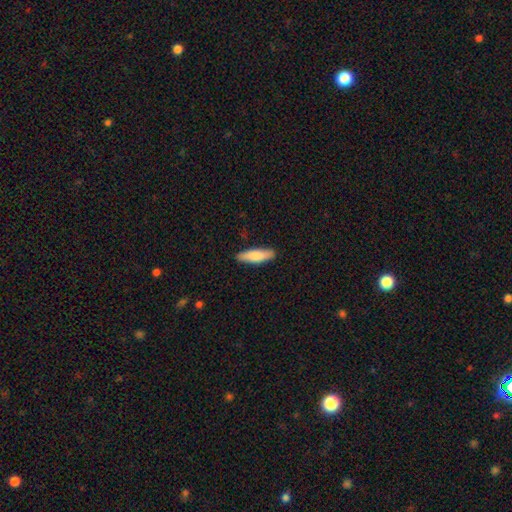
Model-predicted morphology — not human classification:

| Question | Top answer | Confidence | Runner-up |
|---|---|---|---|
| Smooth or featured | smooth | 82% | featured or disk (13%) |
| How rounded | cigar-shaped | 63% | in between (35%) |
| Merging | none | 88% | minor disturbance (9%) |